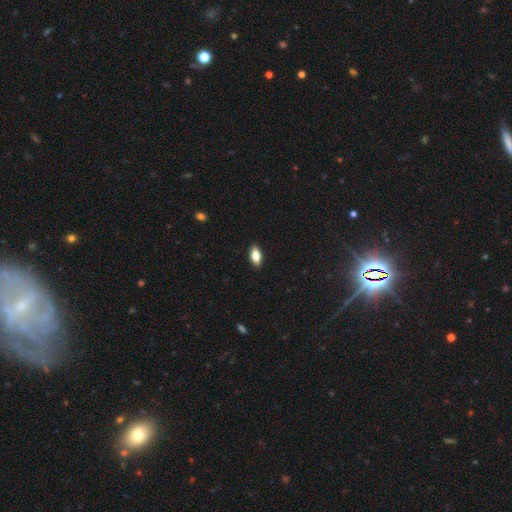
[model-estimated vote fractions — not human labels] smooth 81%, featured or disk 12%, star or artifact 7%. Down the decision tree: how rounded — in between (88%); merging — none (90%).